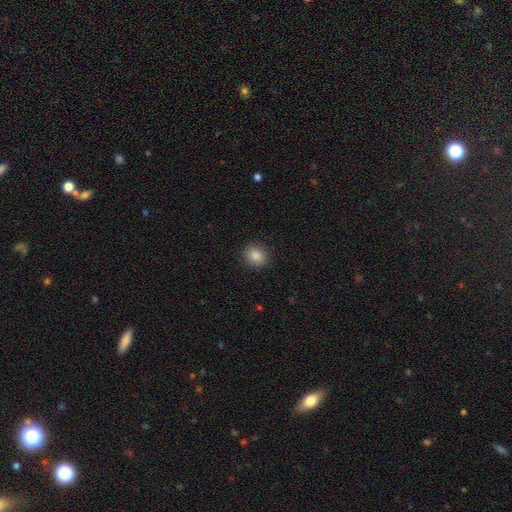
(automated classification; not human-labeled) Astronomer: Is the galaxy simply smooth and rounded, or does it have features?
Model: smooth — 87%.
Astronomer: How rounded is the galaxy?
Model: round — 72%.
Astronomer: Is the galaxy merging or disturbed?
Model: none — 90%.